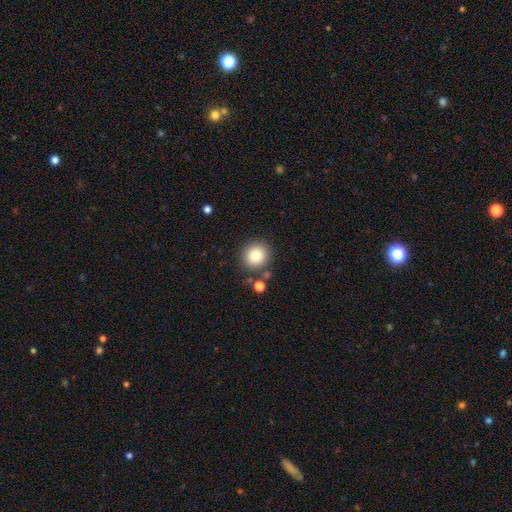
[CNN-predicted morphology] Smooth or featured?
  - smooth: 84% *
  - star or artifact: 10%
  - featured or disk: 7%
How rounded?
  - round: 88% *
  - in between: 11%
  - cigar-shaped: 1%
Merging?
  - none: 82% *
  - minor disturbance: 9%
  - merger: 6%
  - major disturbance: 3%